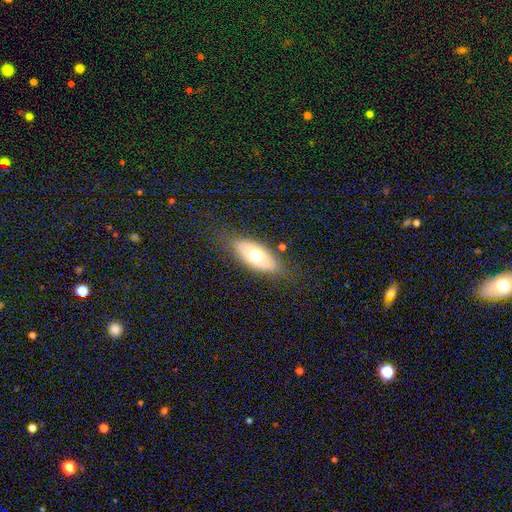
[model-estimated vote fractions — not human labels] smooth-or-featured: smooth: 62% | featured or disk: 31% | star or artifact: 7%
  how-rounded: in between: 86% | cigar-shaped: 11% | round: 4%
  merging: none: 79% | minor disturbance: 14% | major disturbance: 5% | merger: 2%